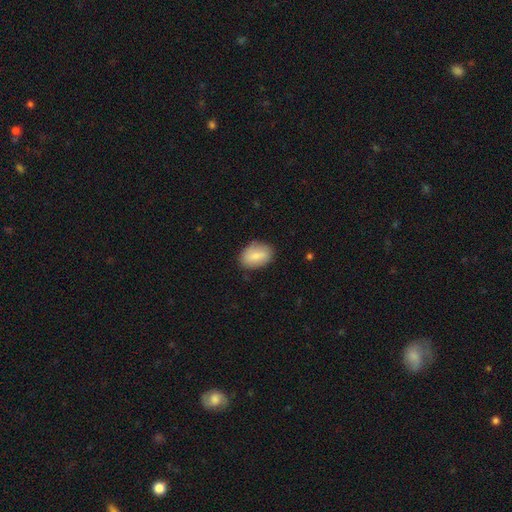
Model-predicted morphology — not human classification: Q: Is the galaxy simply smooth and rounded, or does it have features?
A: smooth — 81%.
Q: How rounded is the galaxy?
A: in between — 86%.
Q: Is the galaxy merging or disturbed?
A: none — 81%.